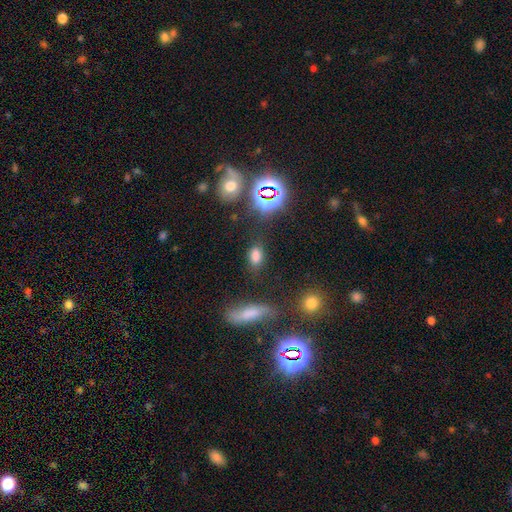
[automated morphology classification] A smooth galaxy with no disk features (74%) that is in between round and cigar-shaped (86%). Merging: none (72%).